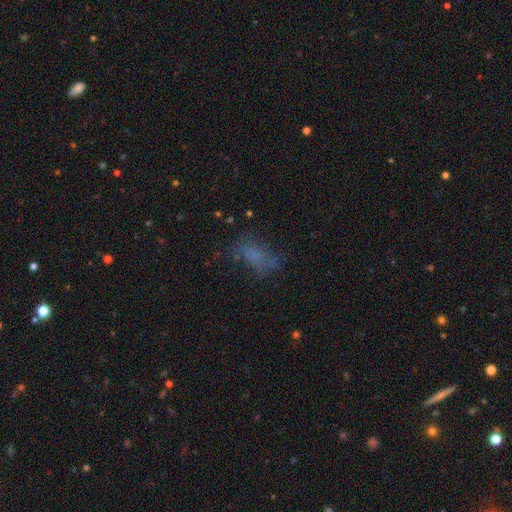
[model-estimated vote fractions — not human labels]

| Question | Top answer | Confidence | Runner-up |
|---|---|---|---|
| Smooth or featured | smooth | 56% | featured or disk (23%) |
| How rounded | in between | 81% | cigar-shaped (11%) |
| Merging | none | 48% | major disturbance (26%) |